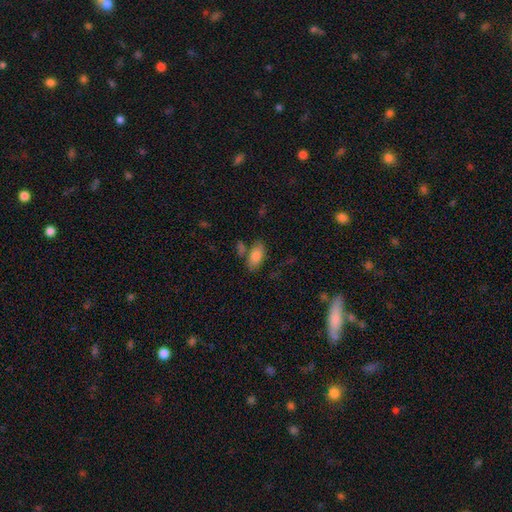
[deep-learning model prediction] Morphology: type=smooth (81%); roundness=in between (91%); merging=none (63%).